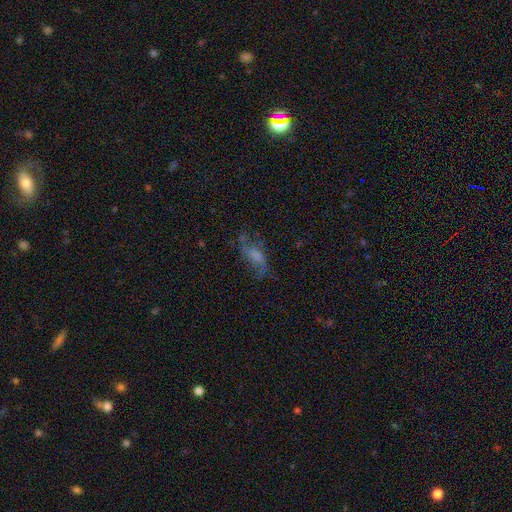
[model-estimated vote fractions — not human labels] Smooth or featured? Predicted: smooth (p=0.48). Merging? Predicted: none (p=0.40).